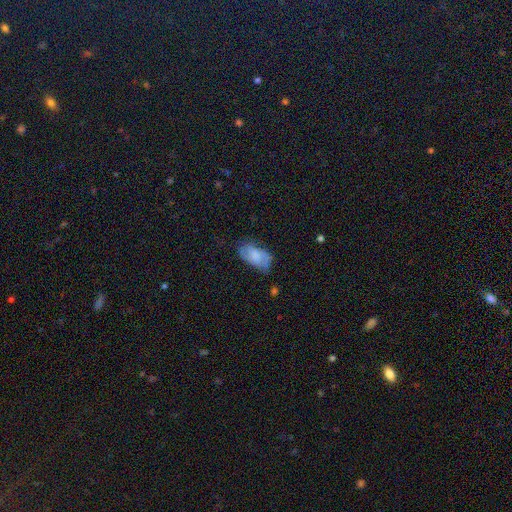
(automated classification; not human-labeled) smooth 63%, featured or disk 29%, star or artifact 8%. Down the decision tree: how rounded — in between (93%); merging — none (50%).